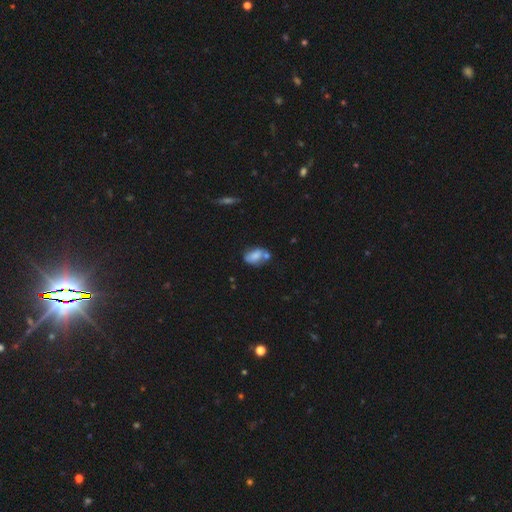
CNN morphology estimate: Smooth or featured: smooth — 68% (featured or disk — 23%)
How rounded: in between — 85% (round — 13%)
Merging: none — 44% (merger — 29%)